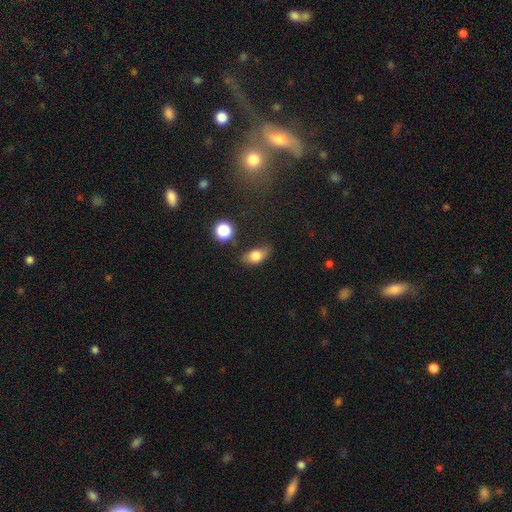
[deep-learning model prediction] Smooth or featured?
  - smooth: 78% *
  - featured or disk: 12%
  - star or artifact: 9%
How rounded?
  - in between: 83% *
  - round: 14%
  - cigar-shaped: 3%
Merging?
  - none: 57% *
  - minor disturbance: 30%
  - major disturbance: 8%
  - merger: 5%